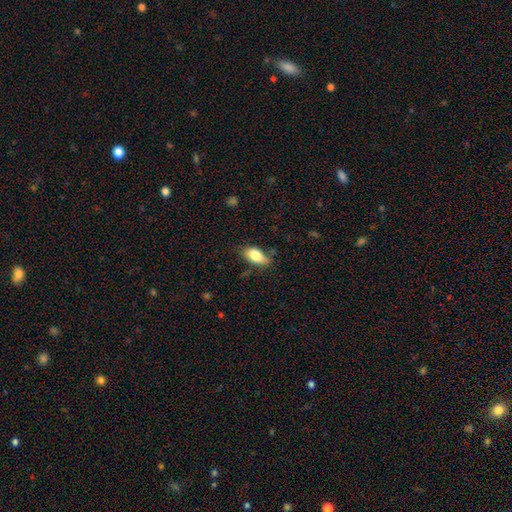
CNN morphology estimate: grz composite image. It shows a smooth galaxy with no disk features (83%) that is in between round and cigar-shaped (89%). Merging: none (71%).